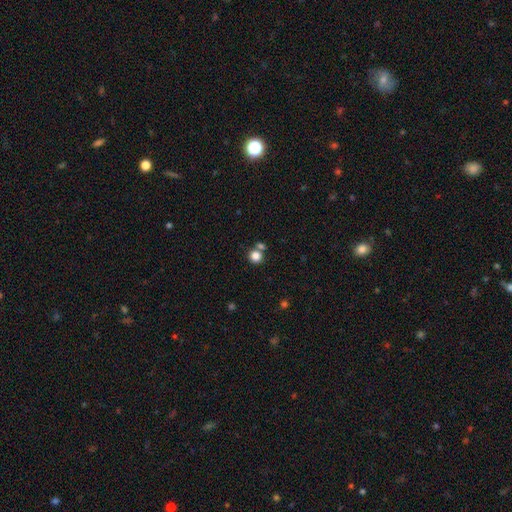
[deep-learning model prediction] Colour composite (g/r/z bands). It shows a smooth galaxy with no disk features (82%) that is round (89%). Merging: none (66%).